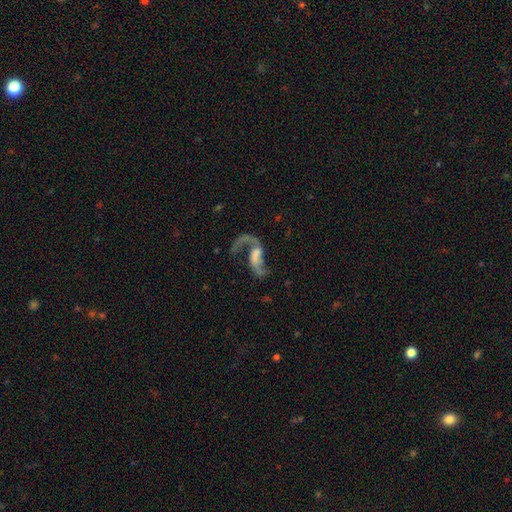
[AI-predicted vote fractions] A featured or disk galaxy (85%) with no bar (40%, tied with weak), 2 (85%) loose (82%) spiral arms (94%) and no central bulge (39%).

Vote fractions:
- Smooth or featured? featured or disk: 85% / smooth: 8% / star or artifact: 7%
- Edge-on disk? no: 97% / yes: 3%
- Bar? no: 40% (tied) / weak: 40% (tied) / strong: 20%
- Spiral arms? yes: 94% / no: 6%
- Spiral winding? loose: 82% / medium: 15% / tight: 3%
- Spiral arm count? 2: 85% / 1: 10% / can't tell: 2% / 3: 1% / 4: 1% / more than 4: 1%
- Bulge size? none: 39% / moderate: 22% / small: 20% / large: 15% / dominant: 3%
- Merging? none: 53% / major disturbance: 26% / minor disturbance: 15% / merger: 6%